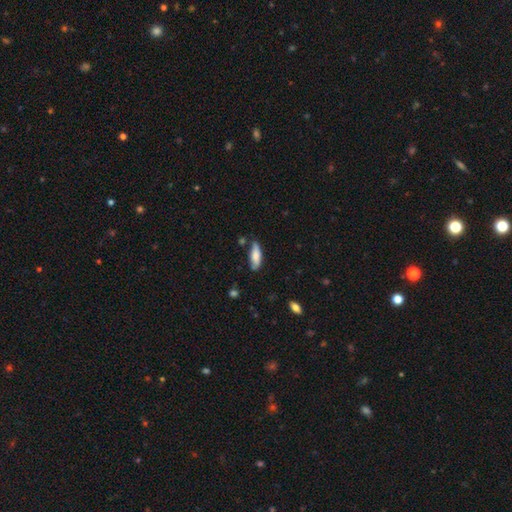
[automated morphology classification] The model was most divided on "how rounded": in between: 60%, cigar-shaped: 38%, round: 2%. More confident: smooth or featured — smooth (79%); merging — none (69%).